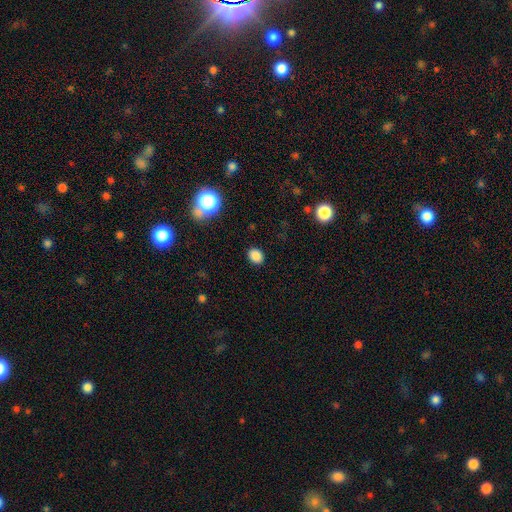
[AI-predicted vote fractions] The model was most divided on "how rounded": in between: 51%, round: 48%, cigar-shaped: 1%. More confident: merging — none (89%); smooth or featured — smooth (84%).